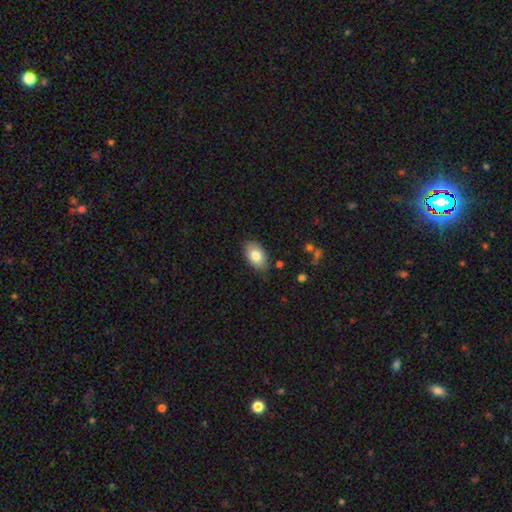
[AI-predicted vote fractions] This is likely a smooth galaxy (80%). How rounded: clearly in between (91%). Merging: clearly none (82%).